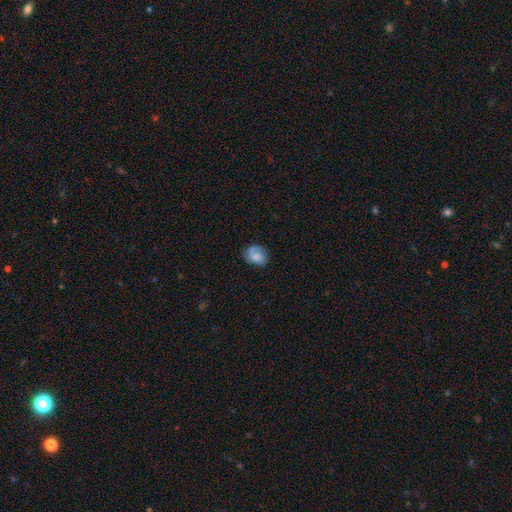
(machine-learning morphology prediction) The model was most divided on "how rounded": in between: 59%, round: 40%, cigar-shaped: 1%. More confident: merging — none (63%); smooth or featured — smooth (63%).